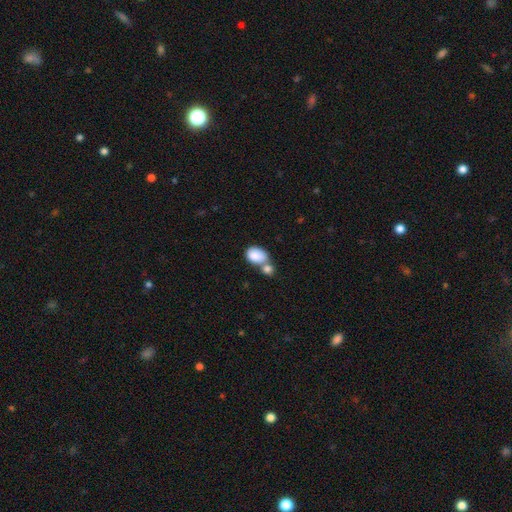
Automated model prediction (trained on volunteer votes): Q: Smooth or featured?
A: smooth (85%); runner-up: featured or disk (8%)
Q: How rounded?
A: in between (78%); runner-up: round (20%)
Q: Merging?
A: merger (54%); runner-up: none (31%)